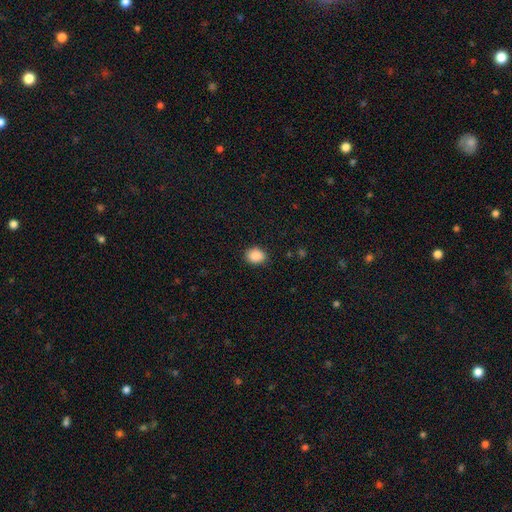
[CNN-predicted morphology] The model was most divided on "how rounded": round: 54%, in between: 45%, cigar-shaped: 1%. More confident: smooth or featured — smooth (89%); merging — none (86%).